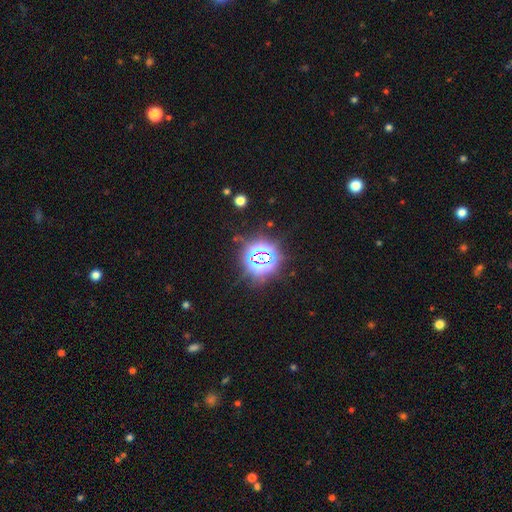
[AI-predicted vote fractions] smooth-or-featured: star or artifact: 83% | smooth: 11% | featured or disk: 6%